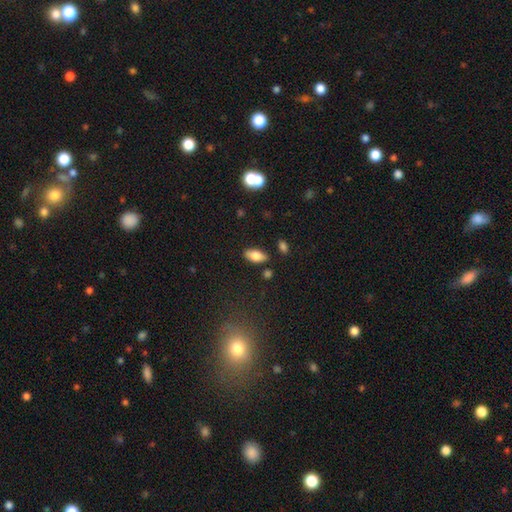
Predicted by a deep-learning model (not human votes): A smooth galaxy with no disk features (78%) that is in between round and cigar-shaped (88%). Merging: none (83%).